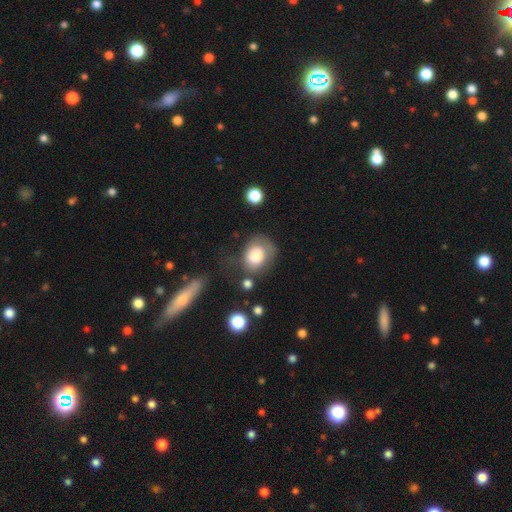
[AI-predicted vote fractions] smooth_or_featured: smooth (p=0.75) [alt: featured or disk p=0.17]
how_rounded: in between (p=0.57) [alt: round p=0.42]
merging: none (p=0.44) [alt: minor disturbance p=0.29]